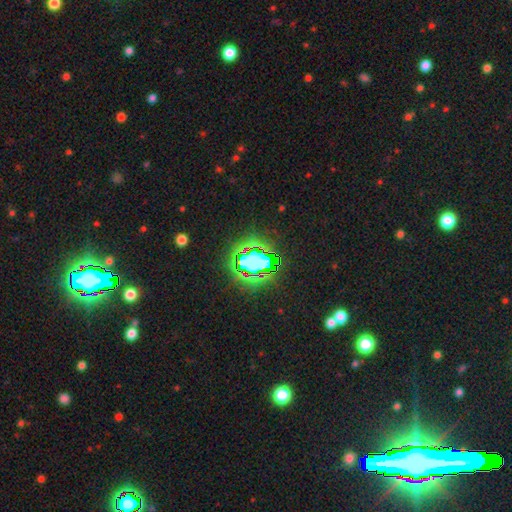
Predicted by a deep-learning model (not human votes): A star or artifact, not a galaxy (72%).